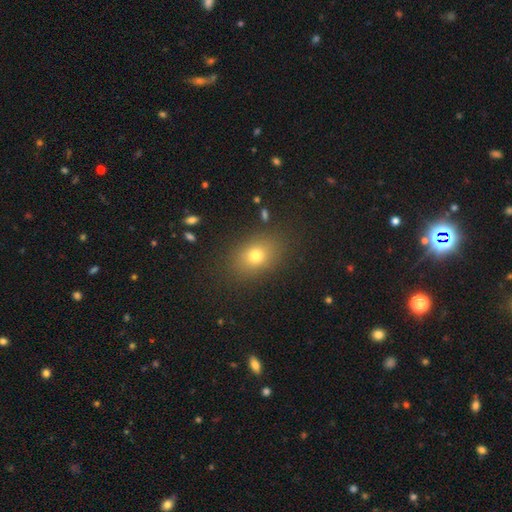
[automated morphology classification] A smooth galaxy with no disk features (74%) that is in between round and cigar-shaped (67%). Merging: none (85%).